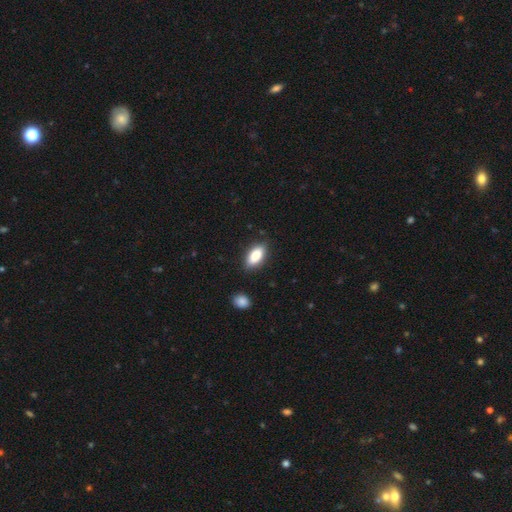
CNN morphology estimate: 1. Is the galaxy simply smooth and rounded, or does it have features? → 83% smooth, 10% featured or disk, 7% star or artifact.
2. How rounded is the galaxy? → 89% in between, 8% cigar-shaped, 3% round.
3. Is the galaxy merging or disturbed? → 85% none, 10% minor disturbance, 2% major disturbance, 2% merger.